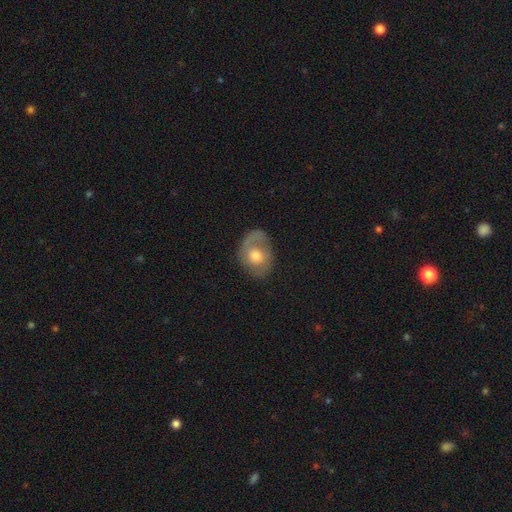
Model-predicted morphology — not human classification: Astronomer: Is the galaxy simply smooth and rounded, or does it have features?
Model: smooth — 50% (runner-up: featured or disk, 43%).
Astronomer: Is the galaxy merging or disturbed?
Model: none — 63%.